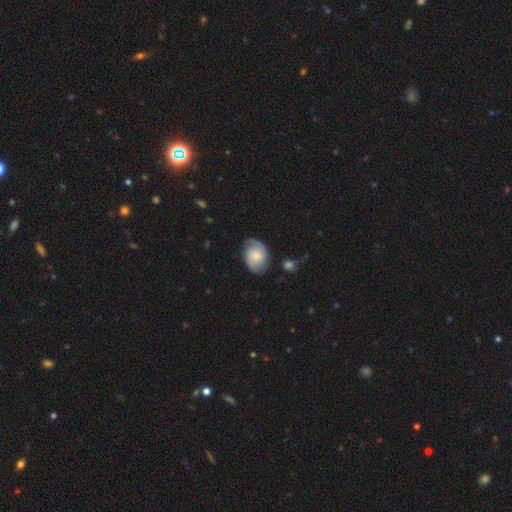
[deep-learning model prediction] Smooth or featured?
  - featured or disk: 56% *
  - smooth: 37%
  - star or artifact: 7%
Edge-on disk?
  - no: 97% *
  - yes: 3%
Bar?
  - no: 64% *
  - weak: 31%
  - strong: 6%
Spiral arms?
  - yes: 90% *
  - no: 10%
Bulge size?
  - small: 44% *
  - moderate: 37%
  - none: 9%
  - large: 7%
  - dominant: 2%
Merging?
  - none: 67% *
  - minor disturbance: 23%
  - major disturbance: 8%
  - merger: 3%